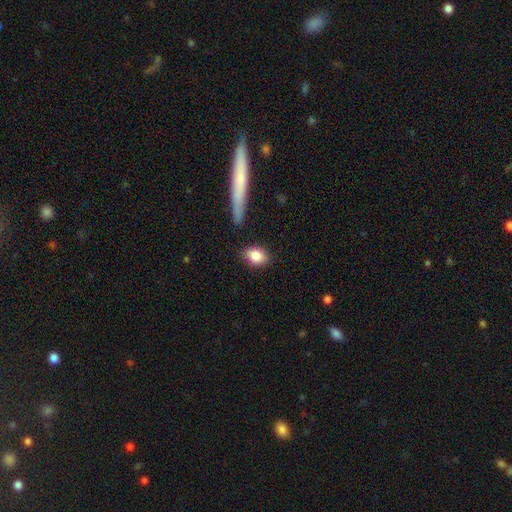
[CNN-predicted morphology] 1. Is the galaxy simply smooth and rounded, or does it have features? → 84% smooth, 8% featured or disk, 8% star or artifact.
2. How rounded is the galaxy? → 76% in between, 21% round, 3% cigar-shaped.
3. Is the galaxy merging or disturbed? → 83% none, 12% minor disturbance, 3% major disturbance, 3% merger.